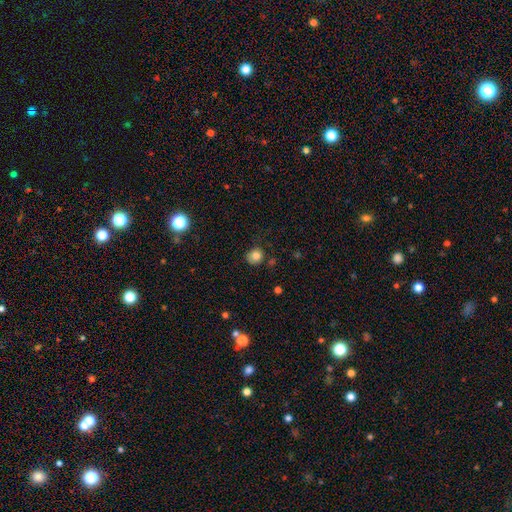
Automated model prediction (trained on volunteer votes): The model was most divided on "merging": none: 70%, minor disturbance: 22%, major disturbance: 6%, merger: 2%. More confident: smooth or featured — smooth (81%); how rounded — round (79%).